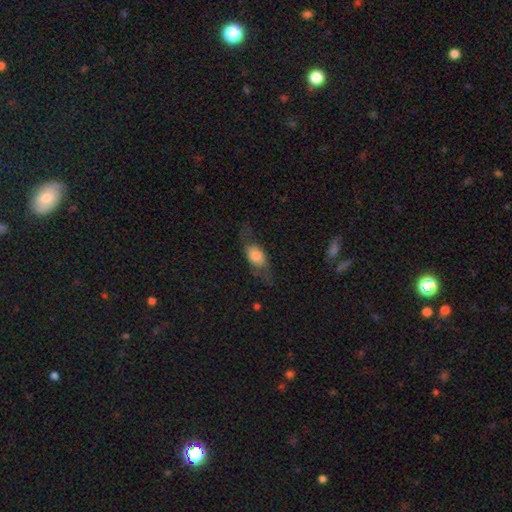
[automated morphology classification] Smooth or featured: smooth — 59% (featured or disk — 34%)
How rounded: in between — 70% (cigar-shaped — 15%)
Merging: none — 56% (minor disturbance — 23%)